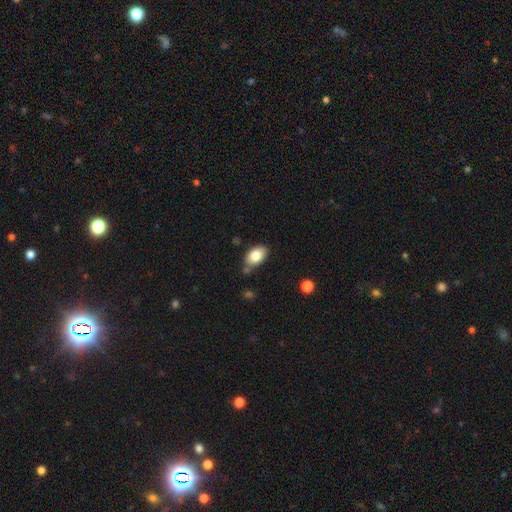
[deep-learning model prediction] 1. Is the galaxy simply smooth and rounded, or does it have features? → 82% smooth, 11% featured or disk, 7% star or artifact.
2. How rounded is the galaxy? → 90% in between, 8% round, 1% cigar-shaped.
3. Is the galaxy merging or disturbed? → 76% none, 15% minor disturbance, 6% merger, 3% major disturbance.